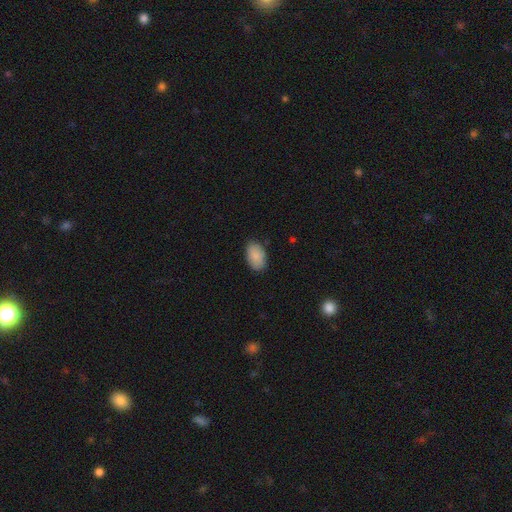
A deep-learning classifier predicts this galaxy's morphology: The model was most divided on "merging": none: 84%, minor disturbance: 13%, major disturbance: 2%, merger: 1%. More confident: how rounded — in between (93%); smooth or featured — smooth (88%).